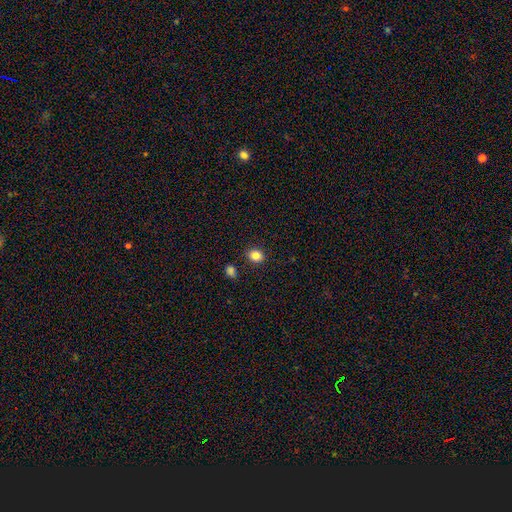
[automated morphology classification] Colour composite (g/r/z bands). It shows a smooth galaxy with no disk features (85%) that is round (56%). Merging: none (87%).